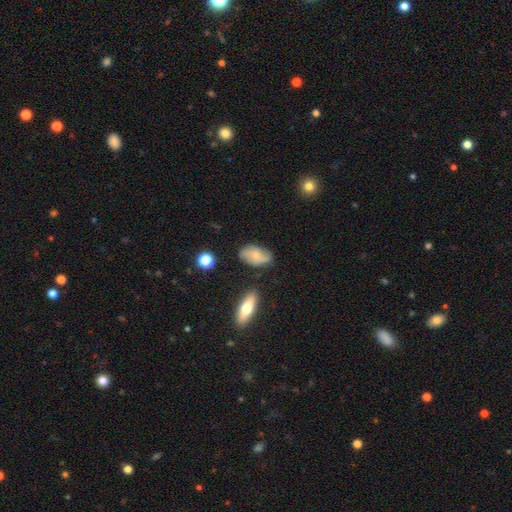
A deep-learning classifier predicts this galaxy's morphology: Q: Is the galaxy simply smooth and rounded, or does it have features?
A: smooth — 51%.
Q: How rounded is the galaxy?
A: in between — 89%.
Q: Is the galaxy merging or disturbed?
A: none — 65%.